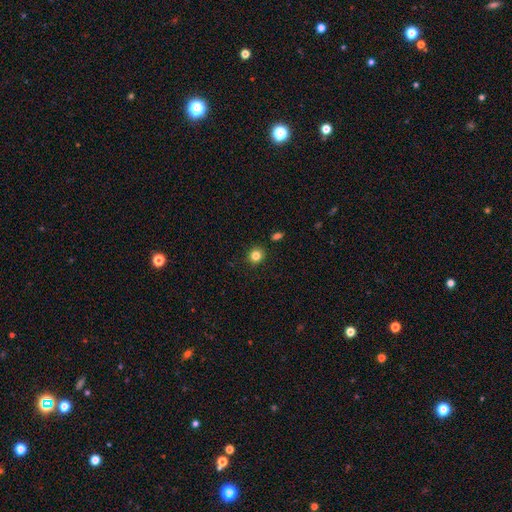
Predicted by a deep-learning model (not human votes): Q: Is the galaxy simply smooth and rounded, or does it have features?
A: smooth — 82%.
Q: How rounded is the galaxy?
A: round — 88%.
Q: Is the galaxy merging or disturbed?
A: none — 90%.